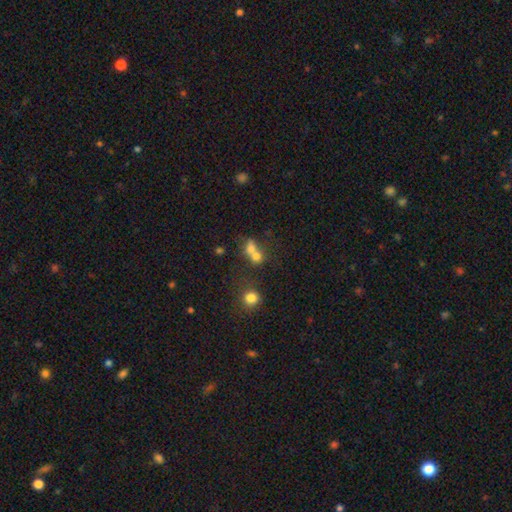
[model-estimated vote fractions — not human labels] Smooth or featured: smooth — 69% (featured or disk — 16%)
How rounded: round — 60% (in between — 38%)
Merging: merger — 62% (none — 26%)